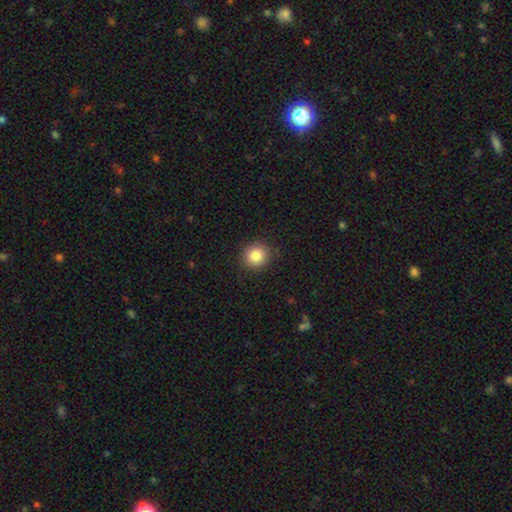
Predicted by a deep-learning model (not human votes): smooth-or-featured: smooth: 84% | star or artifact: 10% | featured or disk: 6%
  how-rounded: round: 86% | in between: 13% | cigar-shaped: 1%
  merging: none: 86% | minor disturbance: 11% | major disturbance: 3% | merger: 1%